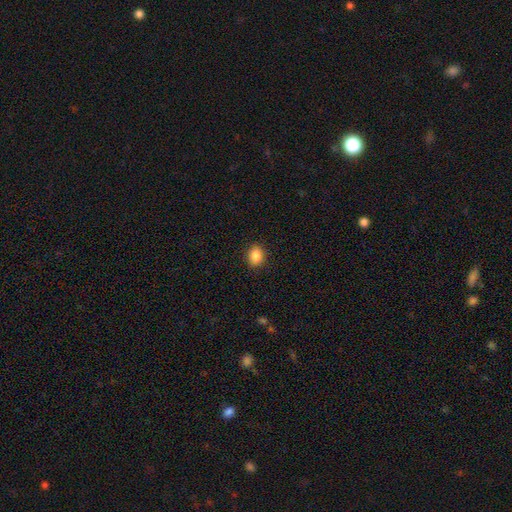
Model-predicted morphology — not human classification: Overall: smooth (87%). How rounded: round (53%; in between 46%). Merging: none (90%).